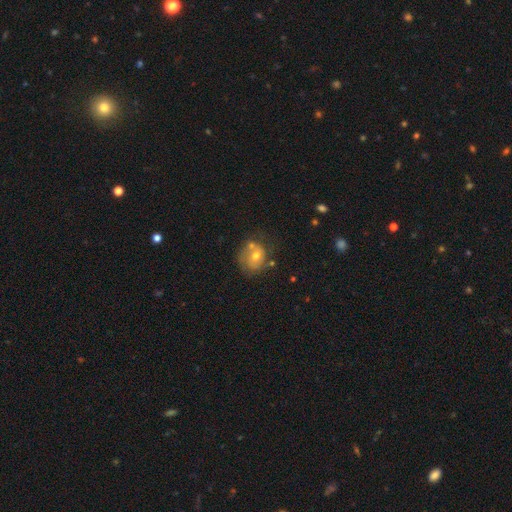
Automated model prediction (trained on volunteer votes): Smooth or featured: smooth — 45% (featured or disk — 44%)
Merging: none — 48% (minor disturbance — 22%)